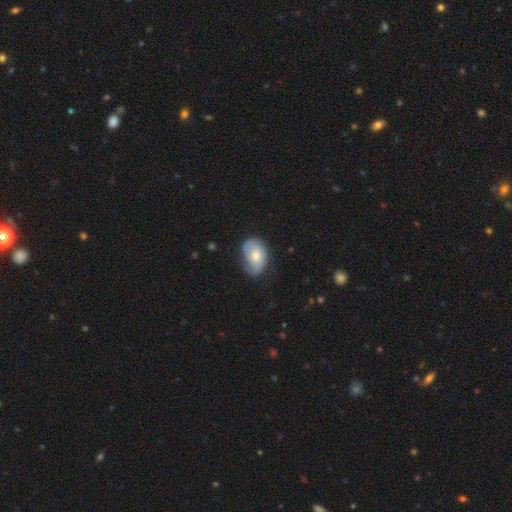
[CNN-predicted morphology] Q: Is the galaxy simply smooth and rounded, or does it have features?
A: smooth — 63%.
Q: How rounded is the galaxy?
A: in between — 84%.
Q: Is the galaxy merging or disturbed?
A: none — 53%.